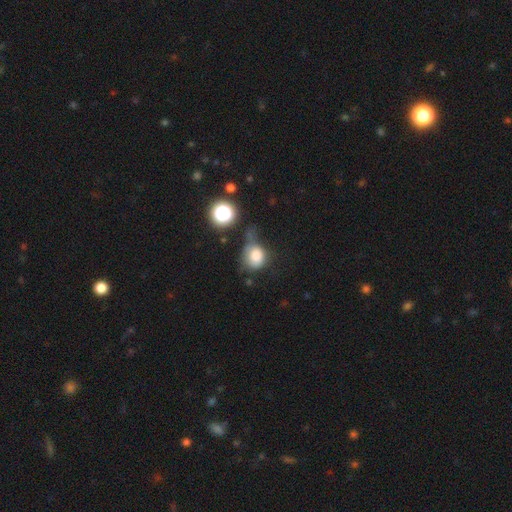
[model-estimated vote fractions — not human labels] smooth 77%, star or artifact 12%, featured or disk 11%. Down the decision tree: how rounded — round (71%); merging — none (31%).